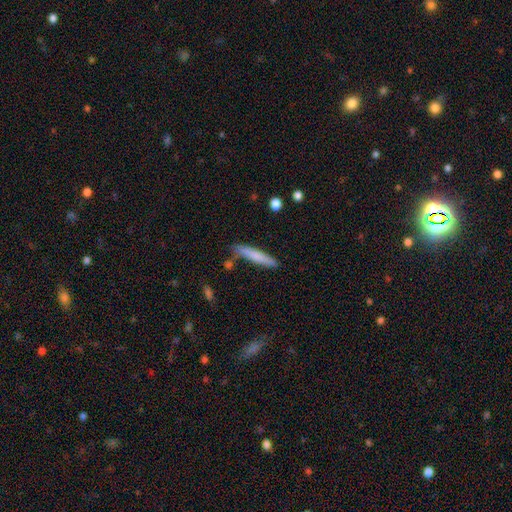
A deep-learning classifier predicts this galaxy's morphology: Smooth or featured?
  - smooth: 73% *
  - featured or disk: 21%
  - star or artifact: 6%
How rounded?
  - cigar-shaped: 92% *
  - in between: 7%
  - round: 1%
Merging?
  - none: 80% *
  - minor disturbance: 13%
  - merger: 4%
  - major disturbance: 2%